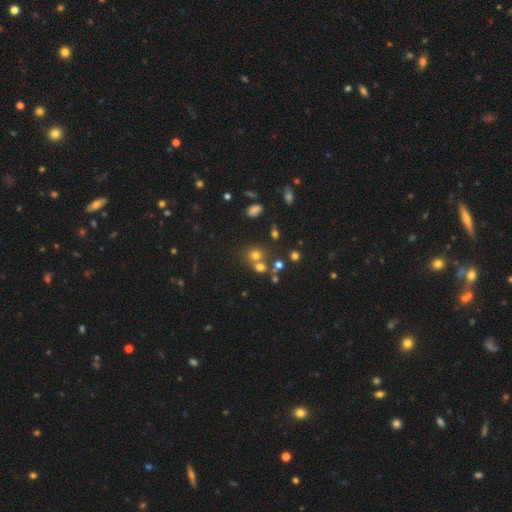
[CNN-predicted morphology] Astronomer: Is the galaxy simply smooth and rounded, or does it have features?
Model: smooth — 65%.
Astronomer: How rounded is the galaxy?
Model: round — 77%.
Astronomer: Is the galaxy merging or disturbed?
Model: none — 52% (runner-up: merger, 36%).